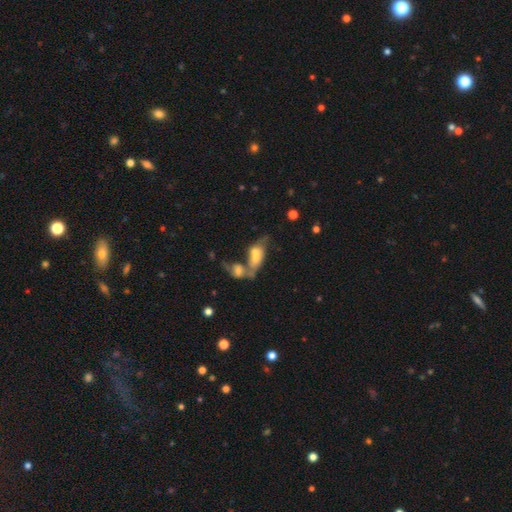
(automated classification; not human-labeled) Overall: smooth (46%; featured or disk 44%). Merging: merger (68%).